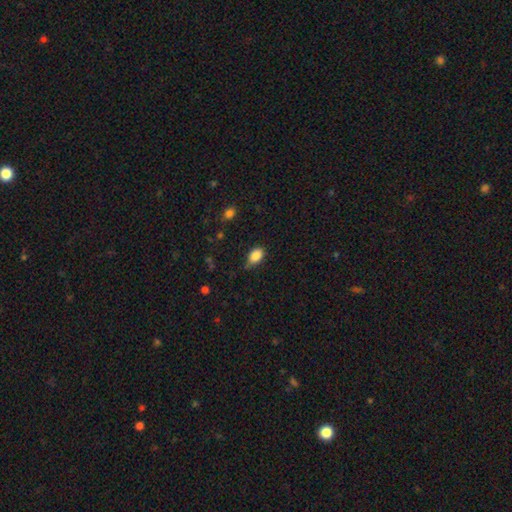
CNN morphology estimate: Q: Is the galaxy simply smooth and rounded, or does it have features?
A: smooth — 85%.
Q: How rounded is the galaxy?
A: in between — 86%.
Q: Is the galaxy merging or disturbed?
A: none — 60%.